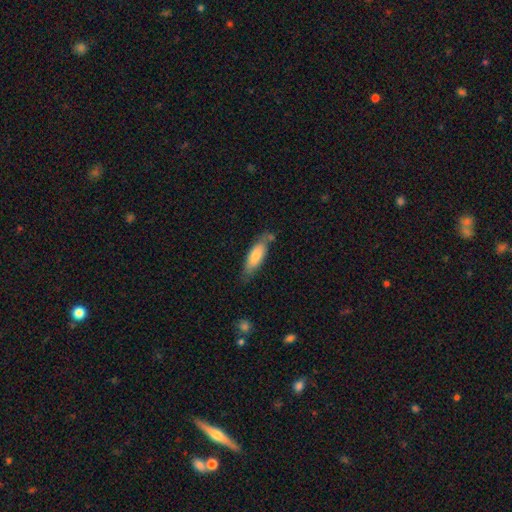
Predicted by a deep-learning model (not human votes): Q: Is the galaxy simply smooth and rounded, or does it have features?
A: smooth — 74%.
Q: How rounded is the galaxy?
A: in between — 57%.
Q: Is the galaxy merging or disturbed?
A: none — 66%.